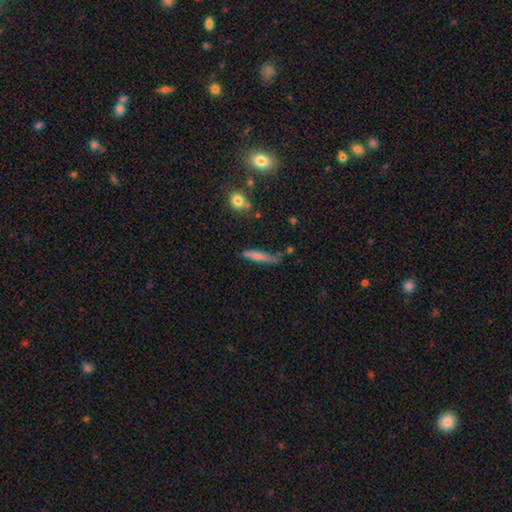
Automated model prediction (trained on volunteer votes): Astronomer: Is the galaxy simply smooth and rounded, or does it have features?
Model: smooth — 71%.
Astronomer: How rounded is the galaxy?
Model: cigar-shaped — 84%.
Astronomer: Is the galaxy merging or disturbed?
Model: none — 58%.